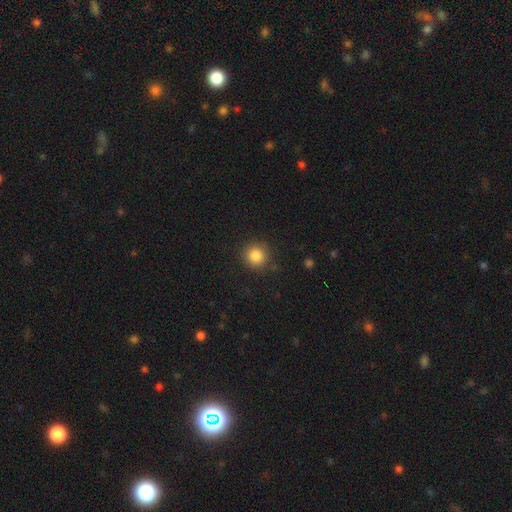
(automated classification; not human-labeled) A smooth galaxy with no disk features (85%) that is round (93%). Merging: none (88%).